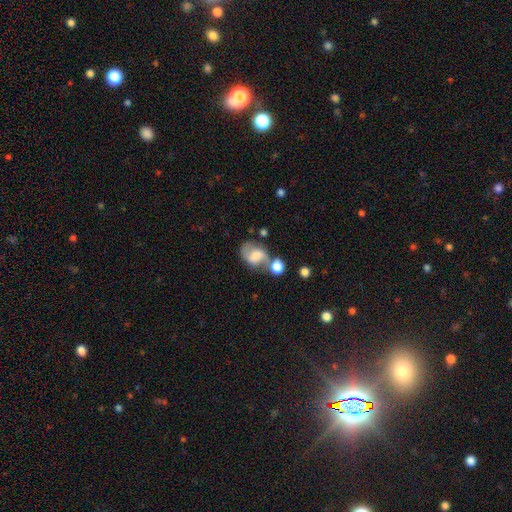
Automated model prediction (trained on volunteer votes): Morphology: type=featured or disk (55%); edge-on=no (97%); bar=weak (45%); spiral arms=yes (83%); bulge=moderate (34%); merging=none (39%).